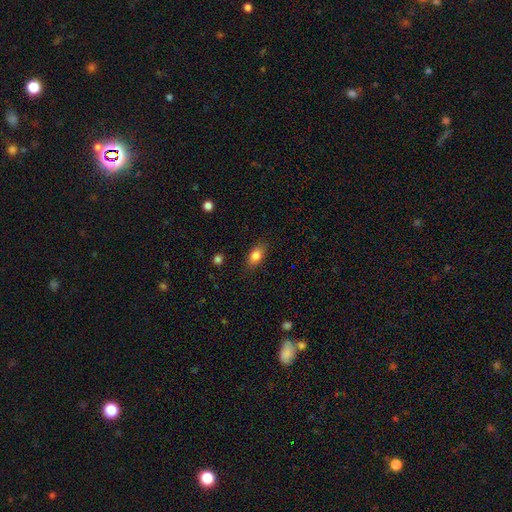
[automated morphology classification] A smooth galaxy with no disk features (83%) that is in between round and cigar-shaped (83%). Merging: none (83%).